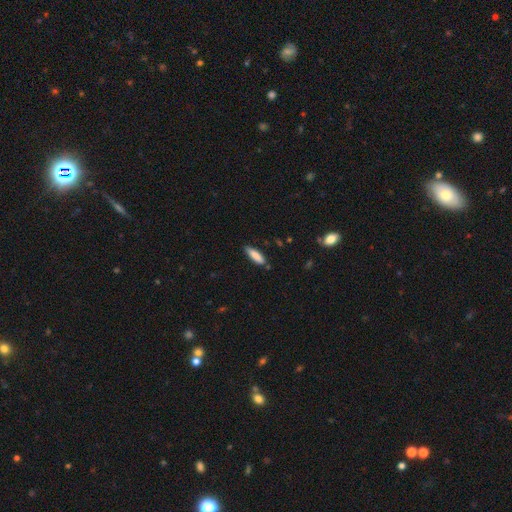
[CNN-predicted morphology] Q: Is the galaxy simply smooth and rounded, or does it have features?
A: smooth — 83%.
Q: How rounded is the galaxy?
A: cigar-shaped — 63%.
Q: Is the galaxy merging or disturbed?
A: none — 81%.